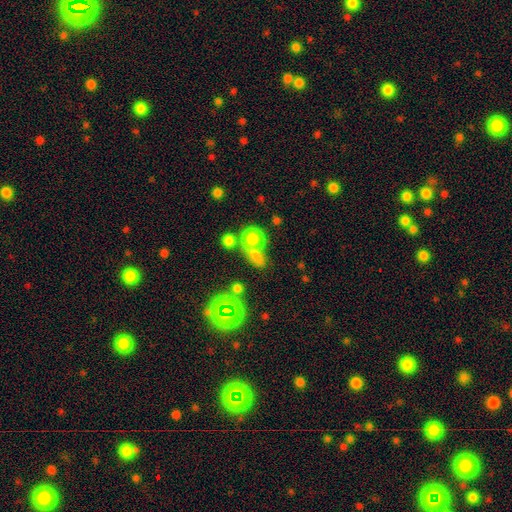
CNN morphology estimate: Smooth or featured? smooth (68%)
How rounded? round (71%)
Merging? none (40%)